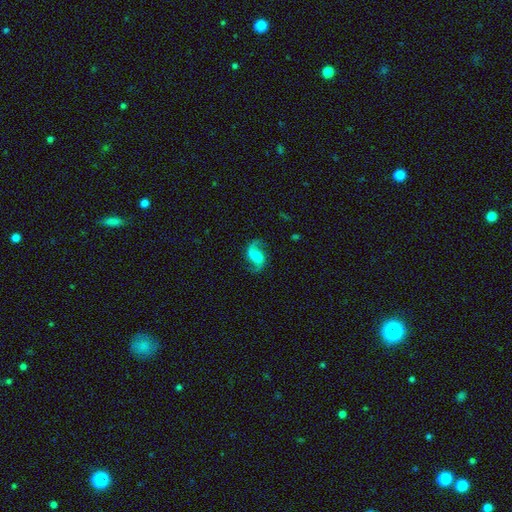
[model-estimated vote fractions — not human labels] smooth-or-featured: featured or disk: 83% | smooth: 10% | star or artifact: 7%
  disk-edge-on: no: 98% | yes: 2%
    bar: weak: 44% | no: 39% | strong: 18%
    has-spiral-arms: yes: 96% | no: 4%
      spiral-winding: loose: 62% | medium: 32% | tight: 6%
      spiral-arm-count: 2: 92% | 1: 3% | can't tell: 2% | 3: 1% | 4: 1% | more than 4: 1%
    bulge-size: none: 31% | small: 29% | moderate: 25% | large: 12% | dominant: 2%
  merging: none: 77% | minor disturbance: 14% | major disturbance: 8% | merger: 2%